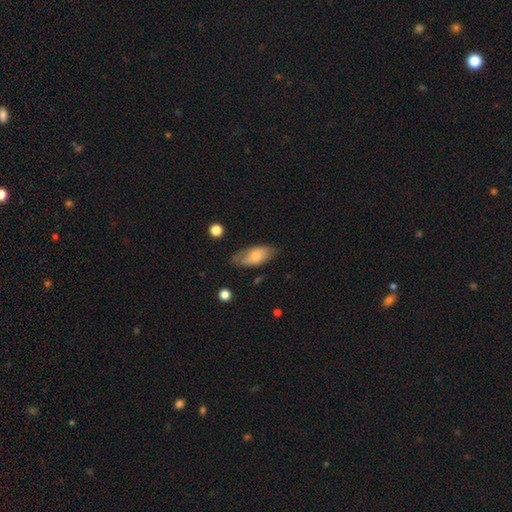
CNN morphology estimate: Smooth or featured? Predicted: smooth (p=0.66). How rounded? Predicted: in between (p=0.88). Merging? Predicted: none (p=0.69).